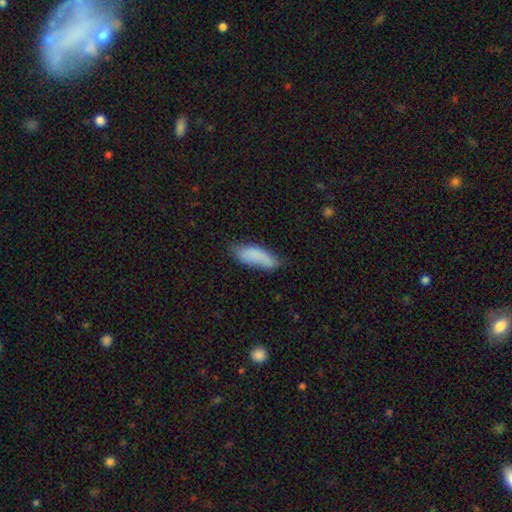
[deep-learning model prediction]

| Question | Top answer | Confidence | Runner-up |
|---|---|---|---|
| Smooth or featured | smooth | 82% | featured or disk (11%) |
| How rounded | in between | 68% | cigar-shaped (30%) |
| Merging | none | 58% | minor disturbance (30%) |